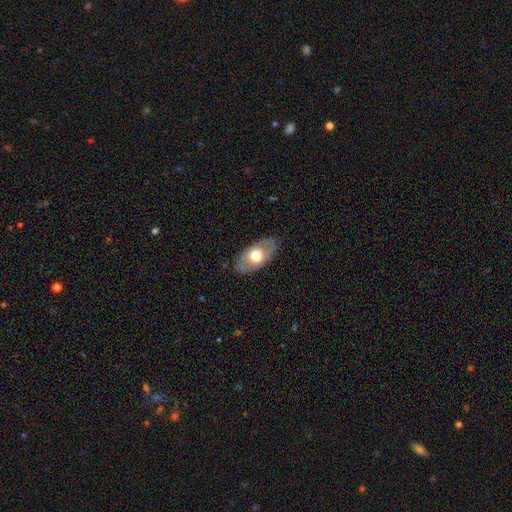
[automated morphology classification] This is possibly a smooth galaxy (56%). How rounded: clearly in between (92%). Merging: clearly none (83%).